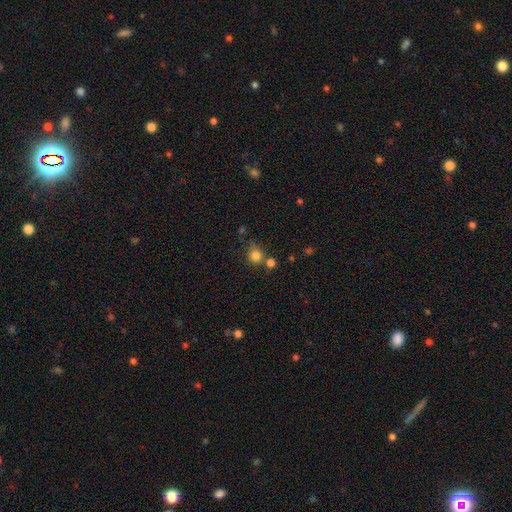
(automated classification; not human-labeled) Smooth or featured: smooth — 82% (star or artifact — 12%)
How rounded: round — 88% (in between — 11%)
Merging: none — 62% (merger — 18%)